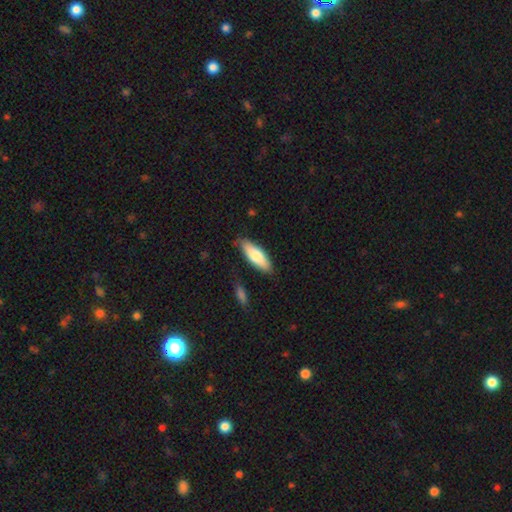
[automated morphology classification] Smooth or featured: smooth — 75% (featured or disk — 19%)
How rounded: in between — 61% (cigar-shaped — 38%)
Merging: none — 82% (minor disturbance — 13%)